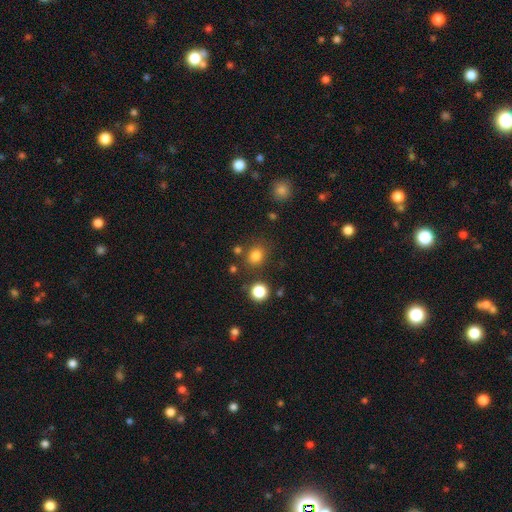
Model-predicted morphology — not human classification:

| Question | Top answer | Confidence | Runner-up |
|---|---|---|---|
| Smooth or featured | smooth | 80% | star or artifact (14%) |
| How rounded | round | 69% | in between (30%) |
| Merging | none | 79% | minor disturbance (11%) |